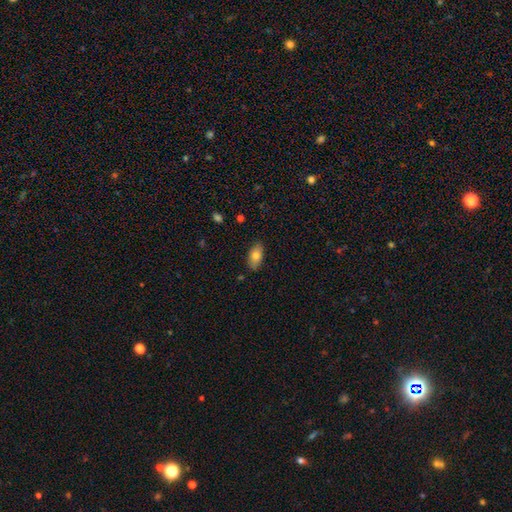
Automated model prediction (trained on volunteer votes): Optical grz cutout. It shows a smooth galaxy with no disk features (74%) that is in between round and cigar-shaped (90%). Merging: none (86%).